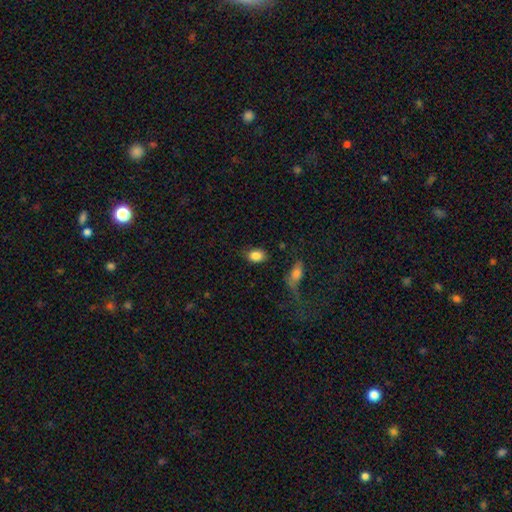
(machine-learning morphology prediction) Smooth or featured: smooth — 85% (star or artifact — 8%)
How rounded: in between — 75% (round — 23%)
Merging: none — 76% (minor disturbance — 16%)